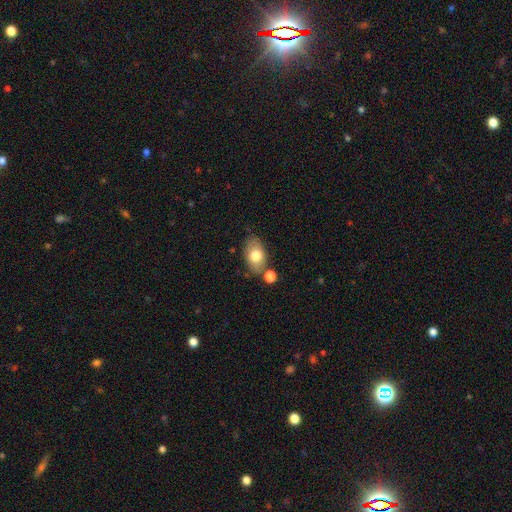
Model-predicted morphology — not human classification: smooth 74%, featured or disk 19%, star or artifact 7%. Down the decision tree: how rounded — in between (86%); merging — none (70%).